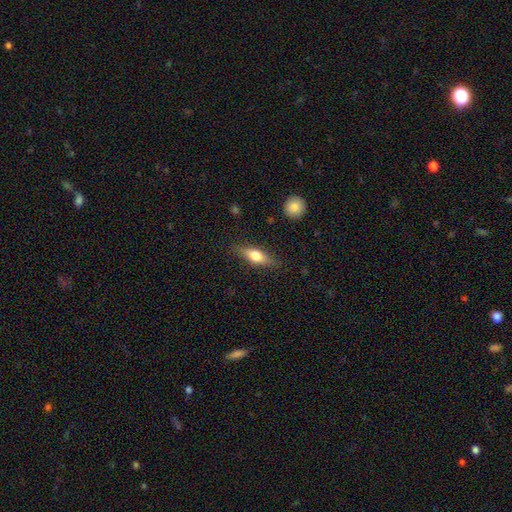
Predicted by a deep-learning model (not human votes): This appears to be a smooth galaxy with no disk features (59%) that is in between round and cigar-shaped (52%). Merging: none (83%).